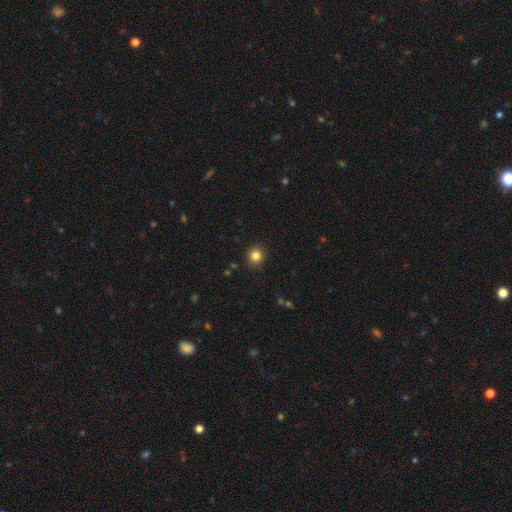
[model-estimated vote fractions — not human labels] Smooth or featured?
  - smooth: 83% *
  - star or artifact: 12%
  - featured or disk: 5%
How rounded?
  - round: 87% *
  - in between: 12%
  - cigar-shaped: 1%
Merging?
  - none: 90% *
  - minor disturbance: 7%
  - major disturbance: 2%
  - merger: 1%